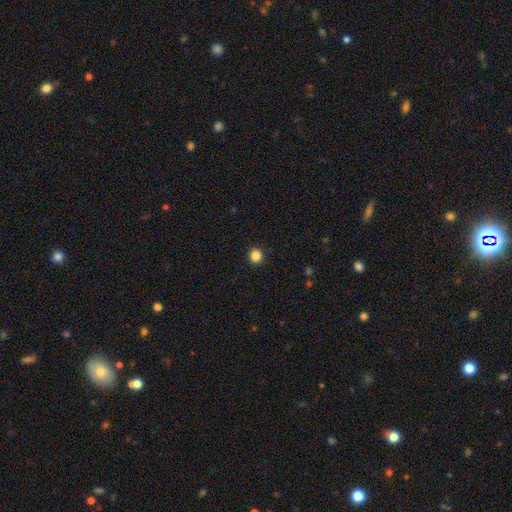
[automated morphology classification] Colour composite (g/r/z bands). It shows a smooth galaxy with no disk features (86%) that is round (89%). Merging: none (93%).